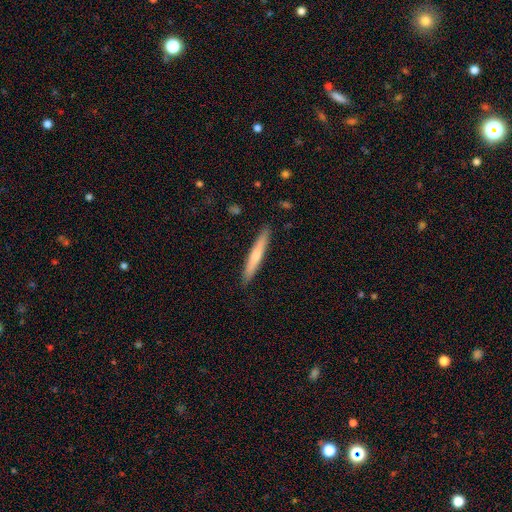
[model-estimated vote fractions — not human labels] The model was most divided on "smooth or featured": smooth: 64%, featured or disk: 30%, star or artifact: 5%. More confident: how rounded — cigar-shaped (95%); merging — none (90%).